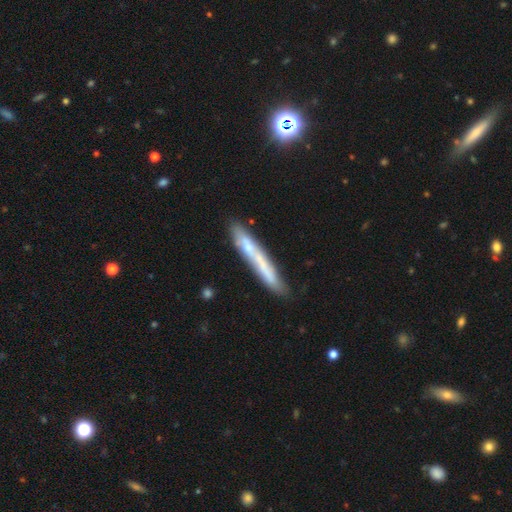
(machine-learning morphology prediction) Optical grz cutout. It shows a featured or disk galaxy (46%). Merging: none (70%).